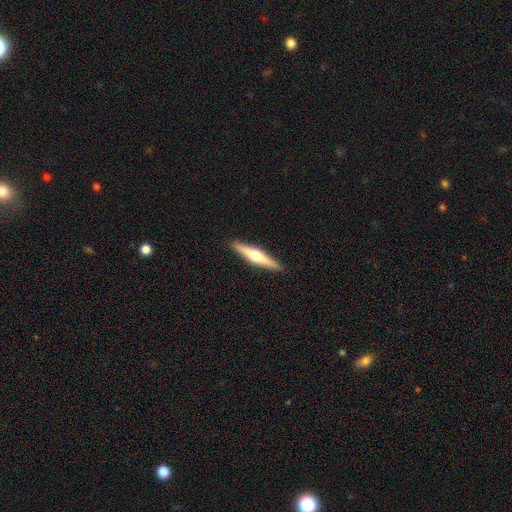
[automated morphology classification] Overall: featured or disk (60%; smooth 35%). Edge-on disk: yes (97%). Edge-on bulge: rounded (92%). Merging: none (92%).